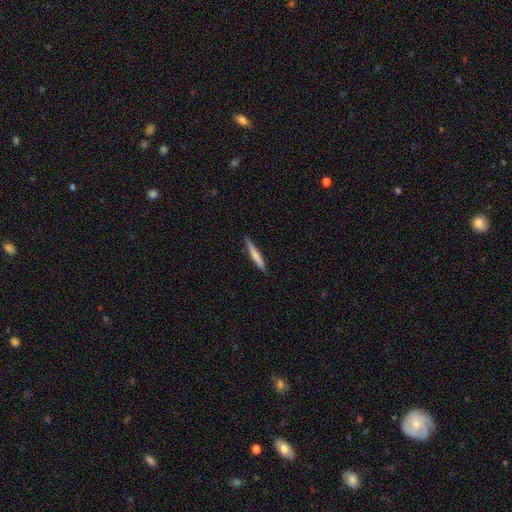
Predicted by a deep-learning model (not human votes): Smooth or featured? Predicted: smooth (p=0.66). How rounded? Predicted: cigar-shaped (p=0.95). Merging? Predicted: none (p=0.90).